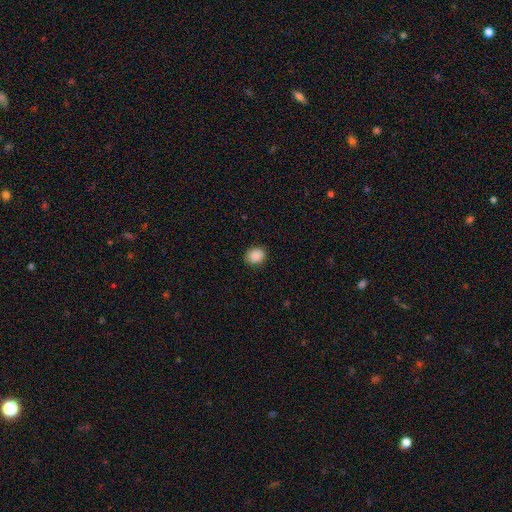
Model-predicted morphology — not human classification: The model was most divided on "how rounded": round: 67%, in between: 32%, cigar-shaped: 1%. More confident: smooth or featured — smooth (89%); merging — none (87%).